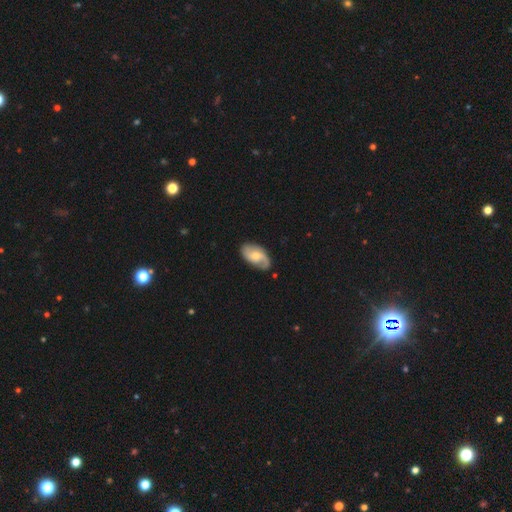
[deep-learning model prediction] Smooth or featured?
  - featured or disk: 70% *
  - smooth: 25%
  - star or artifact: 5%
Edge-on disk?
  - no: 96% *
  - yes: 4%
Bar?
  - no: 62% *
  - weak: 33%
  - strong: 6%
Spiral arms?
  - yes: 92% *
  - no: 8%
Spiral winding?
  - medium: 41% *
  - loose: 37%
  - tight: 22%
Spiral arm count?
  - 2: 73% *
  - 1: 14%
  - can't tell: 9%
  - 3: 2%
  - 4: 1%
  - more than 4: 1%
Bulge size?
  - moderate: 51% *
  - small: 44%
  - large: 3%
  - none: 2%
  - dominant: 1%
Merging?
  - none: 71% *
  - minor disturbance: 21%
  - major disturbance: 7%
  - merger: 2%